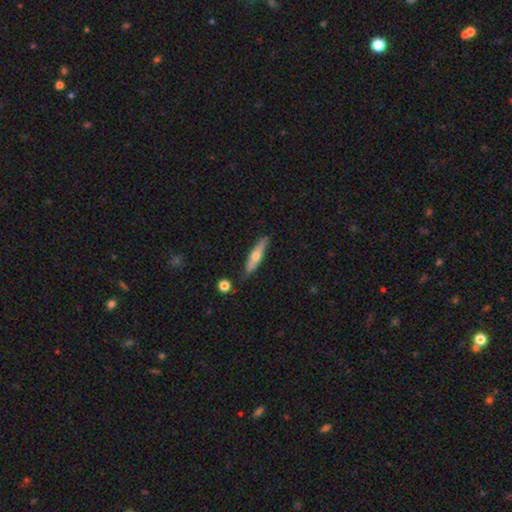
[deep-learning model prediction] Smooth or featured? Predicted: smooth (p=0.53). How rounded? Predicted: cigar-shaped (p=0.79). Merging? Predicted: none (p=0.79).